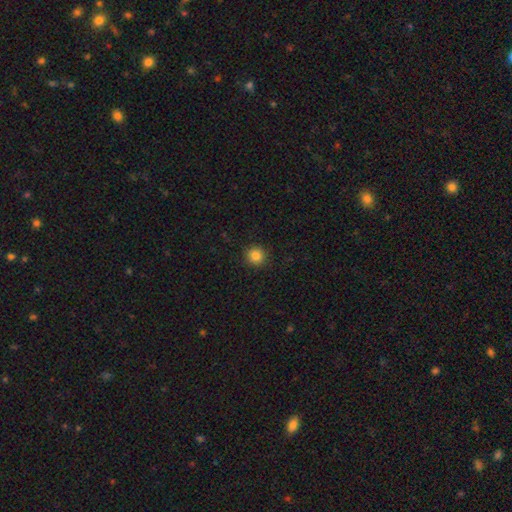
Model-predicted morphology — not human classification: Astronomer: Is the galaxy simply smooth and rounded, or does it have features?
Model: smooth — 83%.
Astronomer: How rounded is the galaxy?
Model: round — 94%.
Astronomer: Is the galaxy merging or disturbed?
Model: none — 92%.